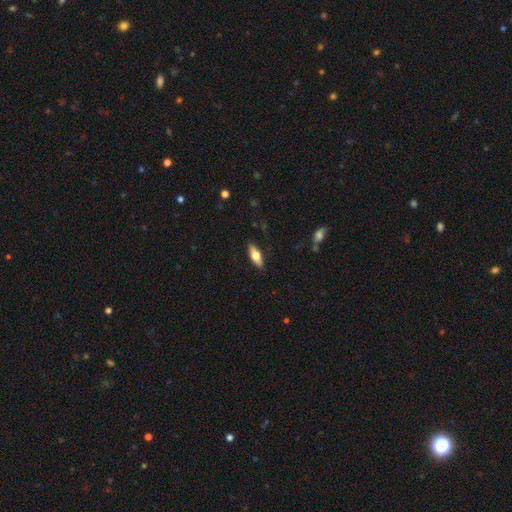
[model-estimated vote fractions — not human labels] Smooth or featured: smooth — 58% (featured or disk — 36%)
How rounded: in between — 60% (cigar-shaped — 37%)
Merging: none — 88% (minor disturbance — 9%)